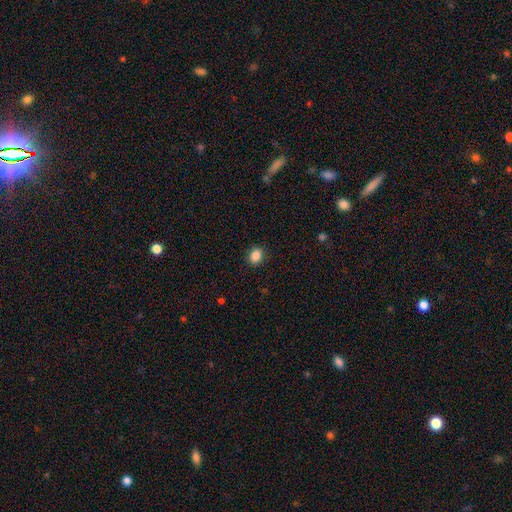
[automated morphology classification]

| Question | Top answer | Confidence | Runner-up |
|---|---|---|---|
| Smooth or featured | smooth | 87% | star or artifact (10%) |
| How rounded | in between | 53% | round (46%) |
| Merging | none | 88% | minor disturbance (8%) |